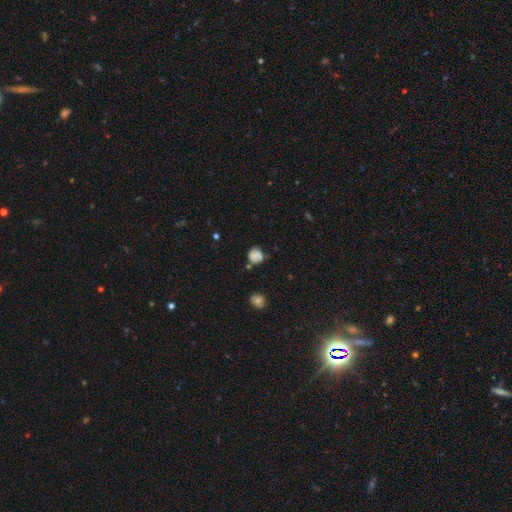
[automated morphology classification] A smooth galaxy with no disk features (72%) that is round (79%).

Vote fractions:
- Smooth or featured? smooth: 72% / featured or disk: 15% / star or artifact: 14%
- How rounded? round: 79% / in between: 20% / cigar-shaped: 1%
- Merging? none: 63% / minor disturbance: 23% / major disturbance: 7% / merger: 7%